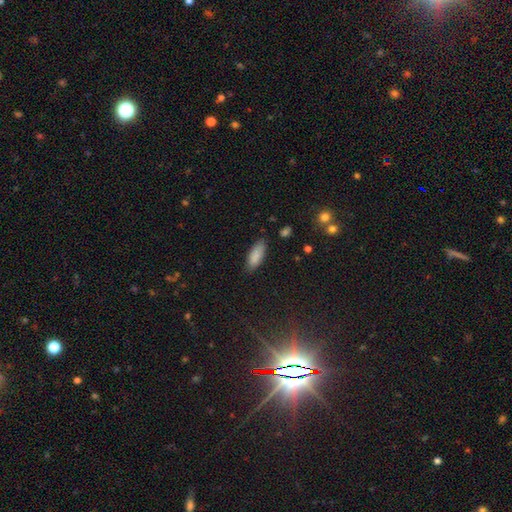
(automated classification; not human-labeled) Overall: smooth (87%). How rounded: in between (73%). Merging: none (81%).